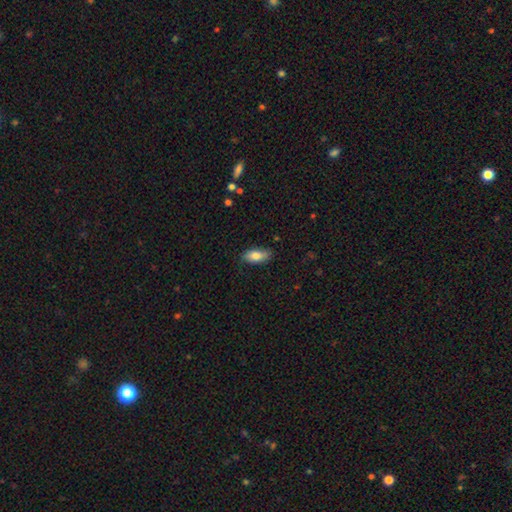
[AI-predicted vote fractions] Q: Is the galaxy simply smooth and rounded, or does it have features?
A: smooth — 81%.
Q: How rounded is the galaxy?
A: in between — 86%.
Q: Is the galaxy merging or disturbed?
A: none — 78%.